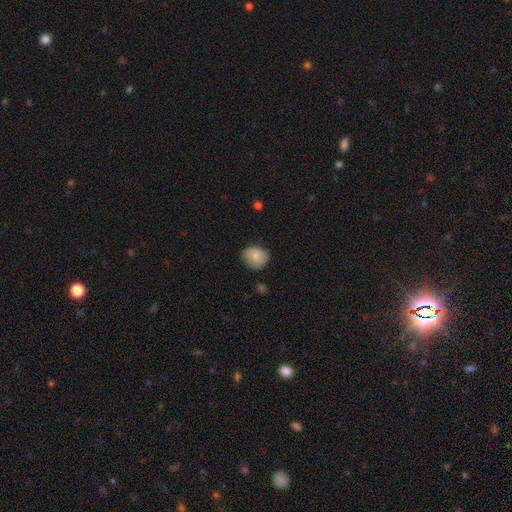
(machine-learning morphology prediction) Smooth or featured?
  - smooth: 80% *
  - featured or disk: 13%
  - star or artifact: 7%
How rounded?
  - round: 63% *
  - in between: 36%
  - cigar-shaped: 1%
Merging?
  - none: 75% *
  - minor disturbance: 20%
  - major disturbance: 4%
  - merger: 1%